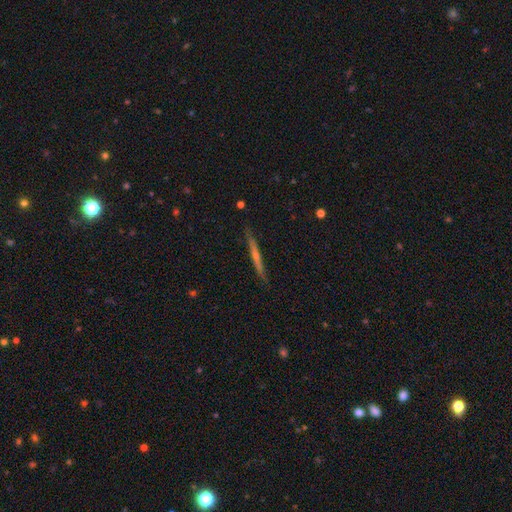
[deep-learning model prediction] Q: Smooth or featured?
A: featured or disk (65%); runner-up: smooth (28%)
Q: Edge-on disk?
A: yes (96%); runner-up: no (4%)
Q: Edge-on bulge?
A: rounded (51%); runner-up: none (44%)
Q: Merging?
A: none (87%); runner-up: minor disturbance (10%)